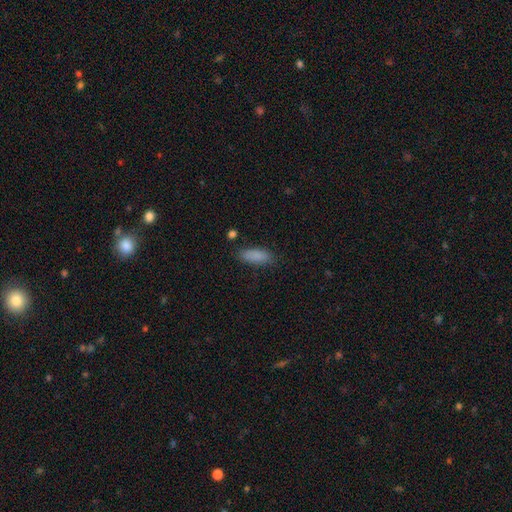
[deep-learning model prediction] smooth 87%, star or artifact 8%, featured or disk 5%. Down the decision tree: how rounded — in between (69%); merging — none (81%).